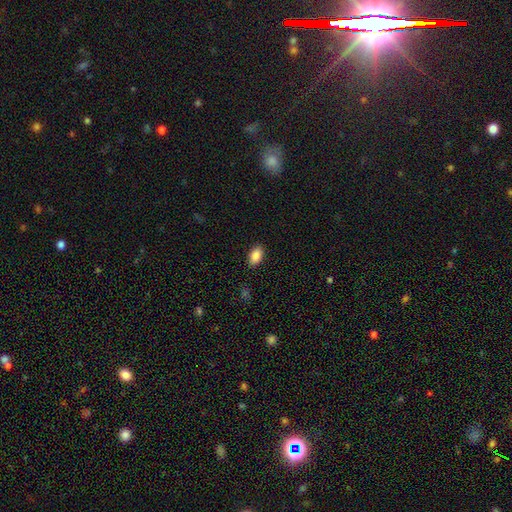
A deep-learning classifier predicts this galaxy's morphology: smooth_or_featured: smooth (p=0.88) [alt: star or artifact p=0.08]
how_rounded: in between (p=0.93) [alt: round p=0.05]
merging: none (p=0.88) [alt: minor disturbance p=0.09]